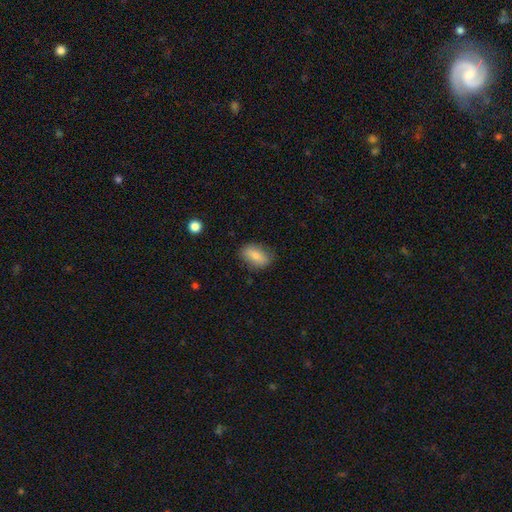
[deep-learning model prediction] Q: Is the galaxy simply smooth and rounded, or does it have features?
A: smooth — 78%.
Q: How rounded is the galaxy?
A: in between — 87%.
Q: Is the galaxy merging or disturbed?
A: none — 81%.